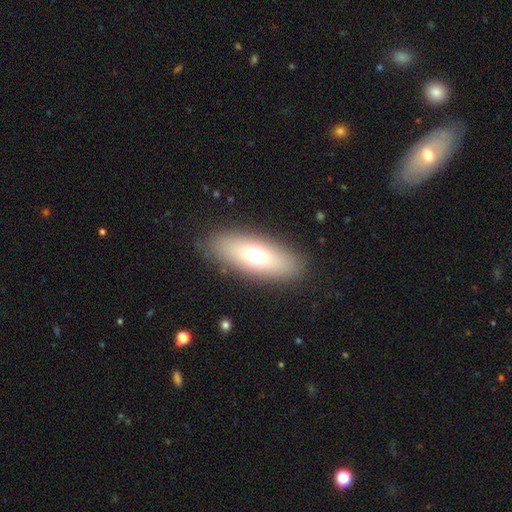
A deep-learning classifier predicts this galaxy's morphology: smooth_or_featured: smooth (p=0.67) [alt: featured or disk p=0.24]
how_rounded: in between (p=0.75) [alt: cigar-shaped p=0.21]
merging: none (p=0.86) [alt: minor disturbance p=0.09]